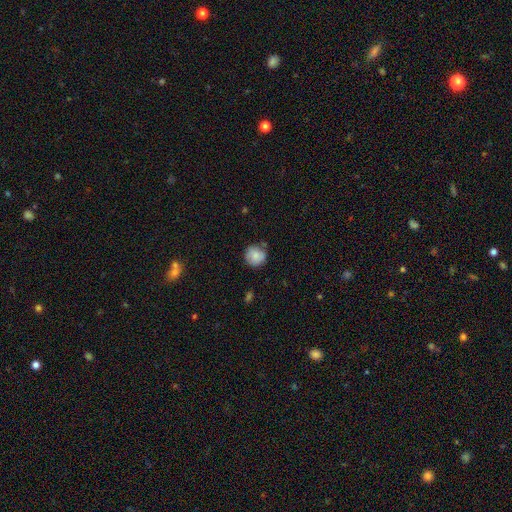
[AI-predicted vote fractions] smooth_or_featured: smooth (p=0.81) [alt: featured or disk p=0.11]
how_rounded: round (p=0.90) [alt: in between p=0.09]
merging: none (p=0.73) [alt: minor disturbance p=0.20]